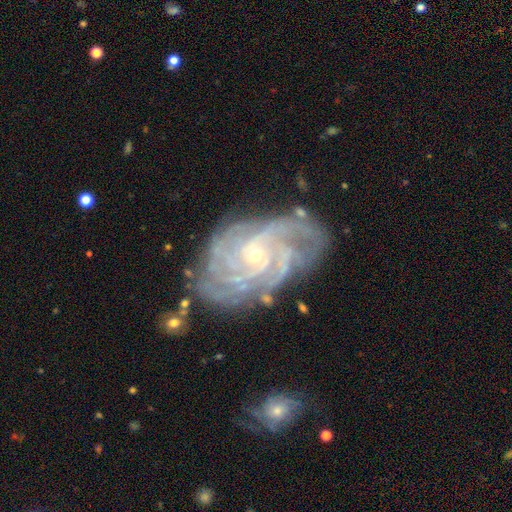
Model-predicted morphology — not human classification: Overall: featured or disk (90%). Edge-on disk: no (97%). Bar: no (70%). Spiral arms: yes (98%). Spiral arm count: 4 (31%; more than 4 21%). Spiral winding: tight (67%). Bulge size: small (79%). Merging: none (72%).